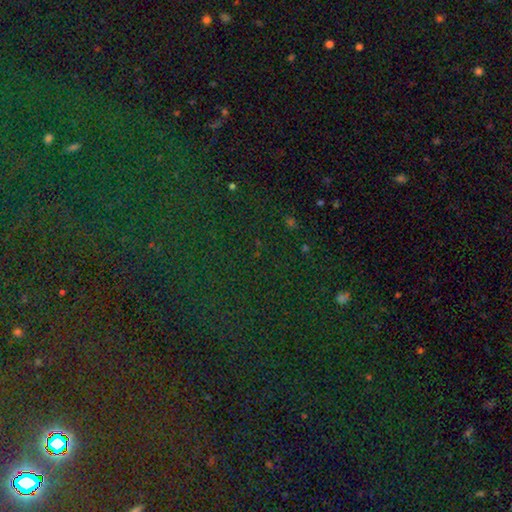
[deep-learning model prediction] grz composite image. It shows a star or artifact, not a galaxy (83%).